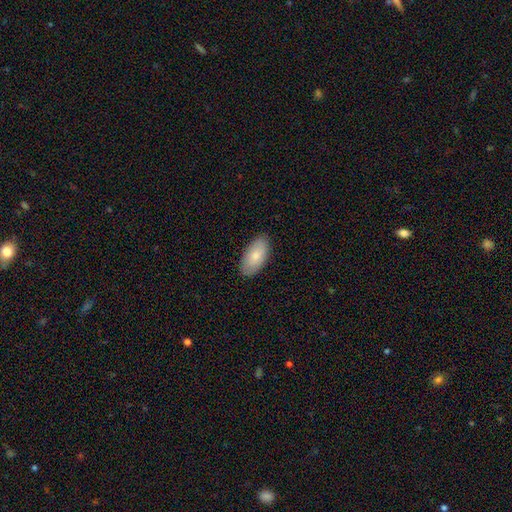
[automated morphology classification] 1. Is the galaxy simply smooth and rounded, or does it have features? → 81% smooth, 13% featured or disk, 6% star or artifact.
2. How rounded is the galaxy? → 94% in between, 3% cigar-shaped, 2% round.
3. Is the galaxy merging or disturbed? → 87% none, 10% minor disturbance, 2% major disturbance, 1% merger.